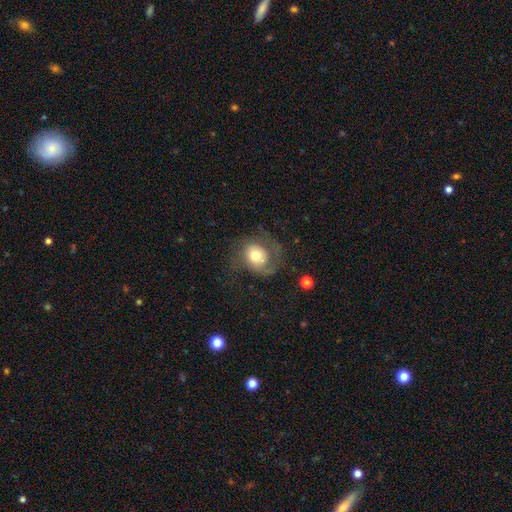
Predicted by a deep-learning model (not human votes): featured or disk 53%, smooth 39%, star or artifact 9%. Down the decision tree: edge-on disk — no (97%); bar — no (79%); spiral arms — yes (80%); bulge size — moderate (64%); merging — none (50%).